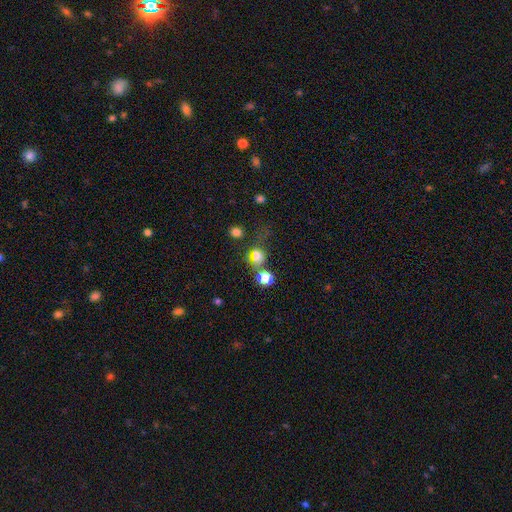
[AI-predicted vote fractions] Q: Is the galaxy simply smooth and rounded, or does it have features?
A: smooth — 68%.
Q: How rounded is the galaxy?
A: round — 60%.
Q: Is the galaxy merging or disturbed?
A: none — 46%.